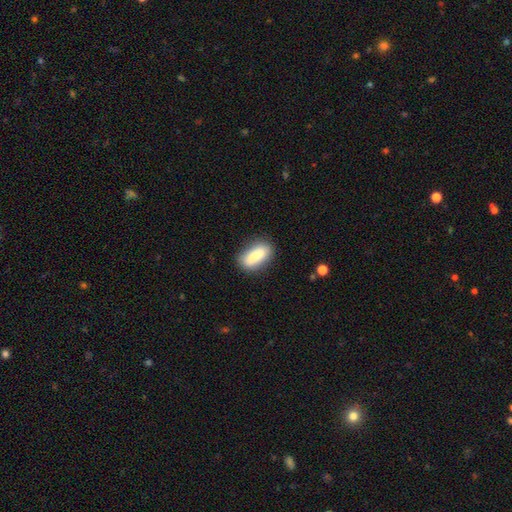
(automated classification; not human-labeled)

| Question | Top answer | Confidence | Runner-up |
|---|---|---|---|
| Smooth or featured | smooth | 84% | featured or disk (9%) |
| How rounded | in between | 77% | cigar-shaped (19%) |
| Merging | none | 77% | minor disturbance (16%) |